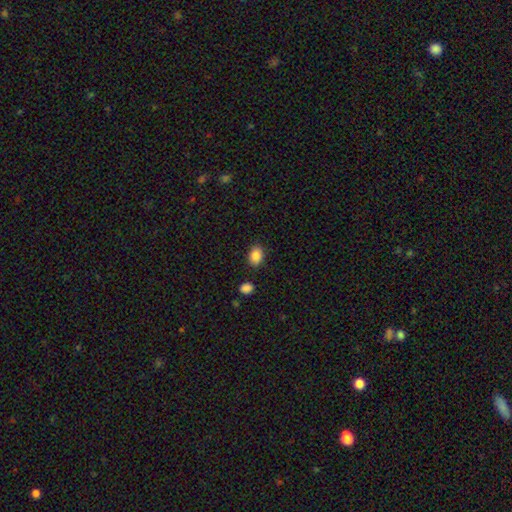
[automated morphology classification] smooth 87%, star or artifact 8%, featured or disk 4%. Down the decision tree: how rounded — in between (74%); merging — none (84%).